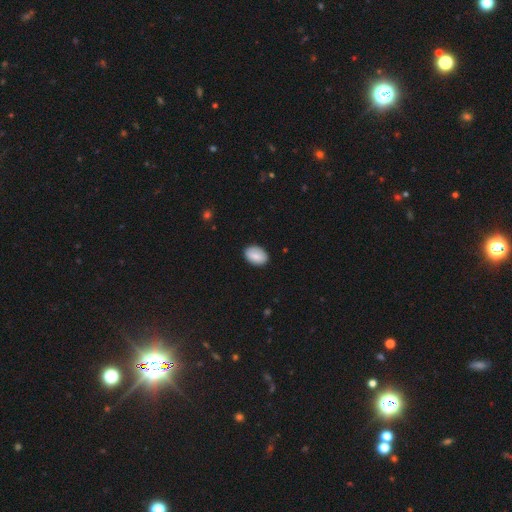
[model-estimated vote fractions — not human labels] The model was most divided on "smooth or featured": smooth: 84%, featured or disk: 10%, star or artifact: 7%. More confident: how rounded — in between (87%); merging — none (87%).